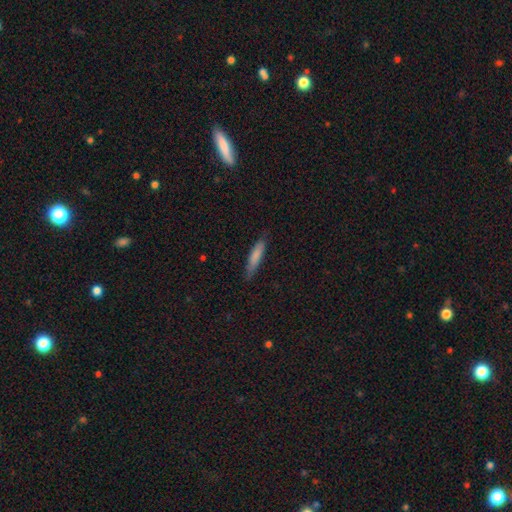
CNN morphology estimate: Smooth or featured? smooth (79%)
How rounded? cigar-shaped (82%)
Merging? none (79%)